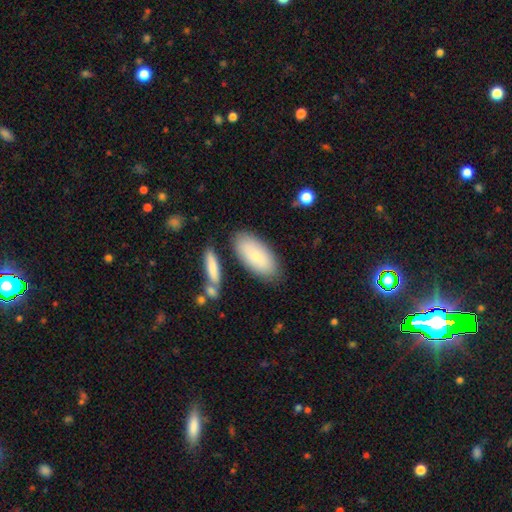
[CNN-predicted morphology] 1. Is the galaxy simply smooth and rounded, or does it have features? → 79% smooth, 15% featured or disk, 6% star or artifact.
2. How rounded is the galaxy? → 88% in between, 10% cigar-shaped, 2% round.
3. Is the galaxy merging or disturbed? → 79% none, 12% minor disturbance, 6% merger, 3% major disturbance.